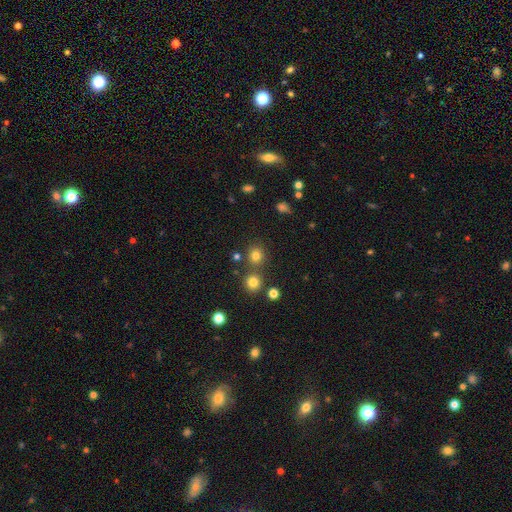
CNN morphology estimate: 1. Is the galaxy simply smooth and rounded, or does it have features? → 76% smooth, 17% star or artifact, 6% featured or disk.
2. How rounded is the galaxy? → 88% round, 11% in between, 1% cigar-shaped.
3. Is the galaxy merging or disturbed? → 77% none, 12% merger, 8% minor disturbance, 3% major disturbance.